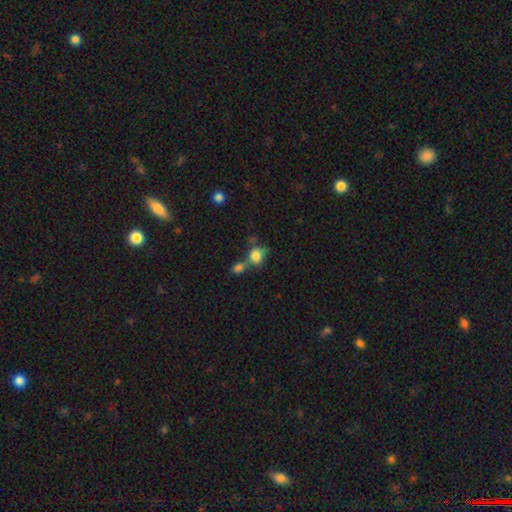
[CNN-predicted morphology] Q: Smooth or featured?
A: smooth (80%); runner-up: star or artifact (11%)
Q: How rounded?
A: round (60%); runner-up: in between (38%)
Q: Merging?
A: merger (42%); runner-up: none (38%)